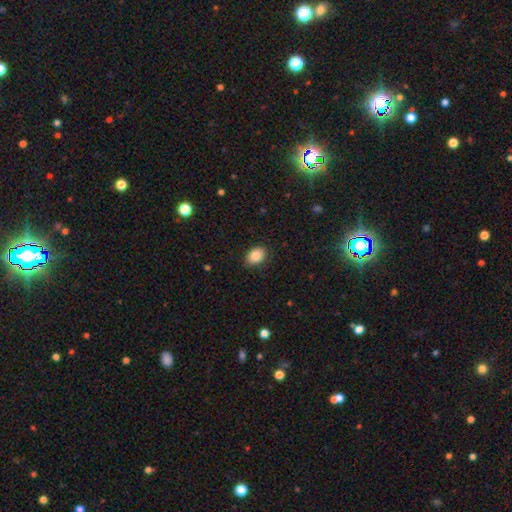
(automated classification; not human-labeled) This is clearly a smooth galaxy (87%). How rounded: likely in between (80%). Merging: clearly none (86%).